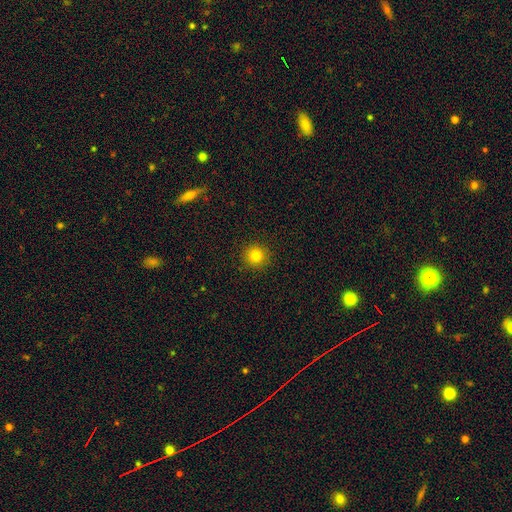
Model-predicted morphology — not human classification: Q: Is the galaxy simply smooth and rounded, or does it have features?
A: smooth — 81%.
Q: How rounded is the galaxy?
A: round — 95%.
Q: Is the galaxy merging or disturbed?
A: none — 92%.